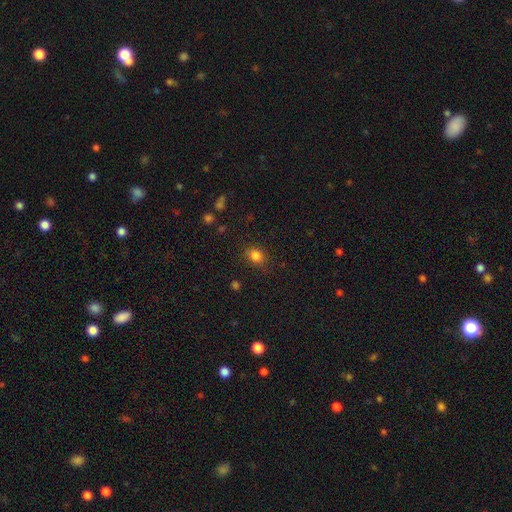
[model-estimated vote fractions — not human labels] Morphology: type=smooth (82%); roundness=in between (52%); merging=none (81%).